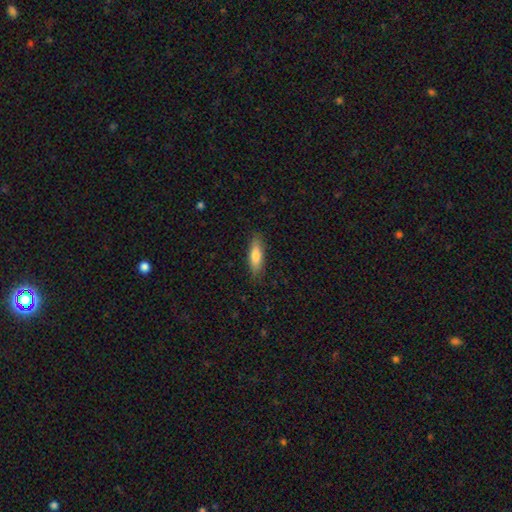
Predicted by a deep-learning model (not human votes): A smooth galaxy with no disk features (76%) that is cigar-shaped (51%). Merging: none (85%).